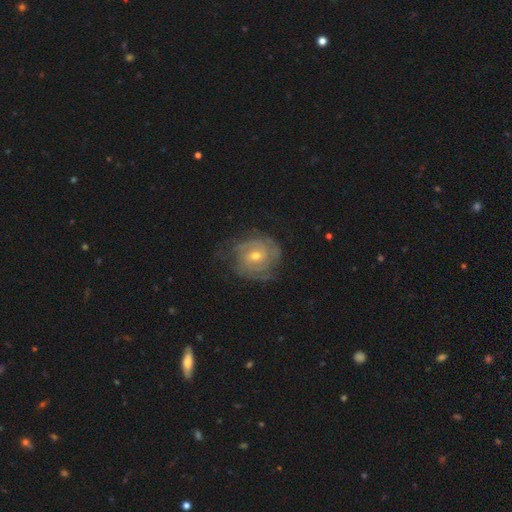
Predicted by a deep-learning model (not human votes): A featured or disk galaxy (80%) with no bar (54%), tight (71%) spiral arms (92%) and a moderate central bulge (52%). Merging: none (68%).